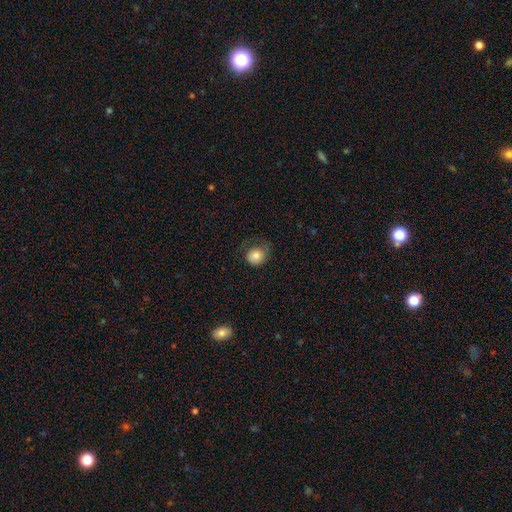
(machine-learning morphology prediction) smooth-or-featured: smooth: 78% | featured or disk: 13% | star or artifact: 9%
  how-rounded: round: 73% | in between: 26% | cigar-shaped: 1%
  merging: none: 51% | minor disturbance: 27% | major disturbance: 21% | merger: 1%